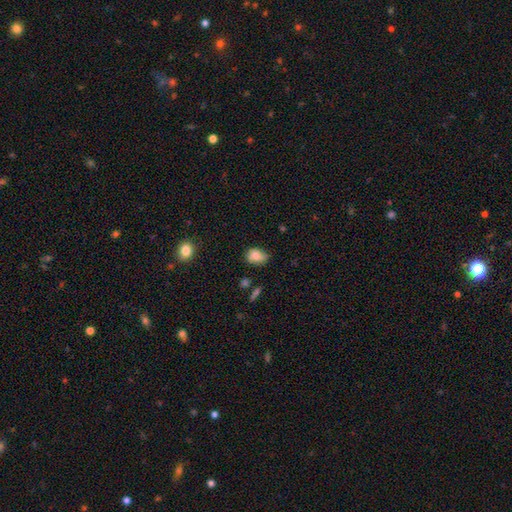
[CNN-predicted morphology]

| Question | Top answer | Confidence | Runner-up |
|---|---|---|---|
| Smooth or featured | smooth | 78% | featured or disk (13%) |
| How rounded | in between | 61% | round (37%) |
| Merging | none | 54% | minor disturbance (34%) |